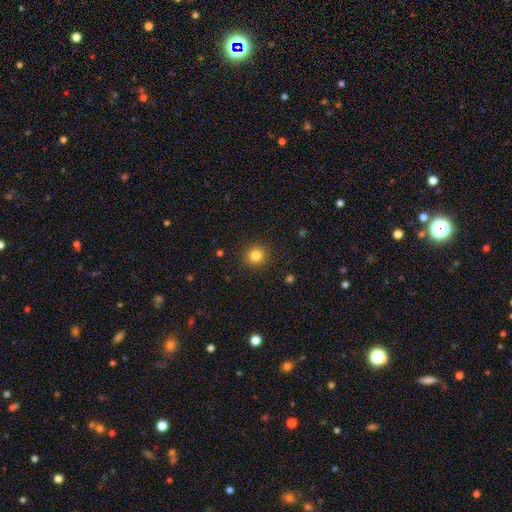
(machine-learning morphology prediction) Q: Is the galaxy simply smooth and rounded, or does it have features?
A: smooth — 83%.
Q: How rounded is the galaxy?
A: round — 92%.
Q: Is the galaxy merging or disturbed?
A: none — 91%.